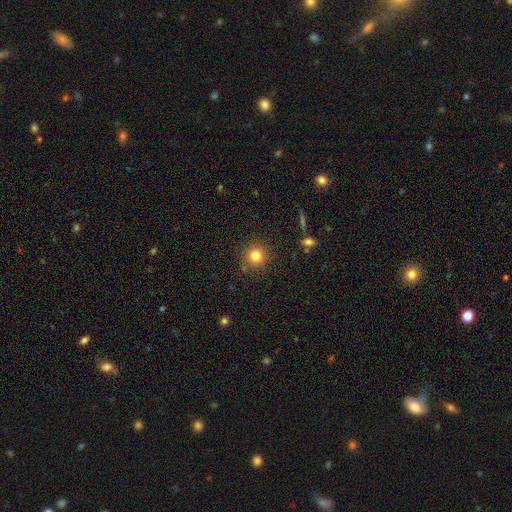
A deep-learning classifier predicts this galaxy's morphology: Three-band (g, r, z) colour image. It shows a smooth galaxy with no disk features (80%) that is round (92%). Merging: none (86%).